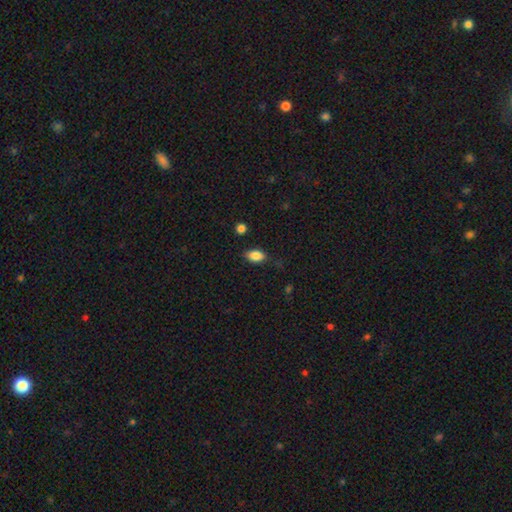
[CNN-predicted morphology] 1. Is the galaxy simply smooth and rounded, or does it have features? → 85% smooth, 8% star or artifact, 6% featured or disk.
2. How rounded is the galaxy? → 88% in between, 9% round, 4% cigar-shaped.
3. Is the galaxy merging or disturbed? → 80% none, 15% minor disturbance, 3% major disturbance, 2% merger.